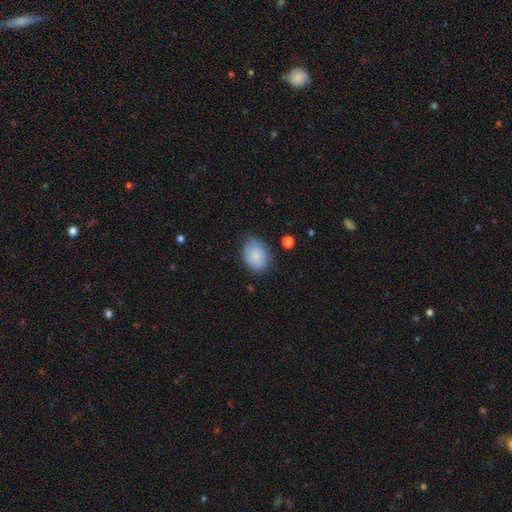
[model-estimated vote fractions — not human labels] Smooth or featured?
  - smooth: 82% *
  - featured or disk: 11%
  - star or artifact: 7%
How rounded?
  - in between: 71% *
  - round: 28%
  - cigar-shaped: 1%
Merging?
  - none: 72% *
  - minor disturbance: 22%
  - major disturbance: 5%
  - merger: 2%